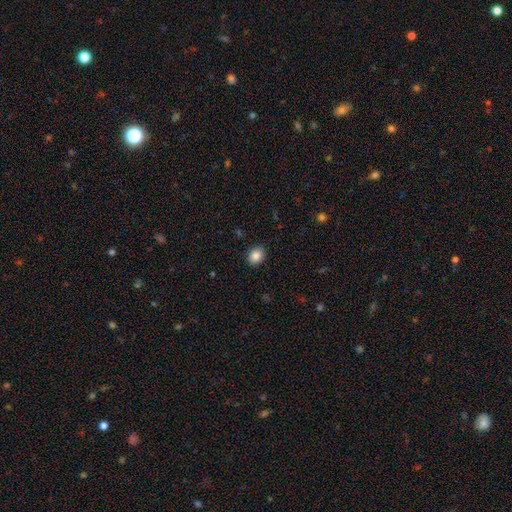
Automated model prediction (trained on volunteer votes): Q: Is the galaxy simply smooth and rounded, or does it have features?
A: smooth — 86%.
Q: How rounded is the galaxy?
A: in between — 53%.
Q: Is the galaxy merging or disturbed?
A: none — 89%.